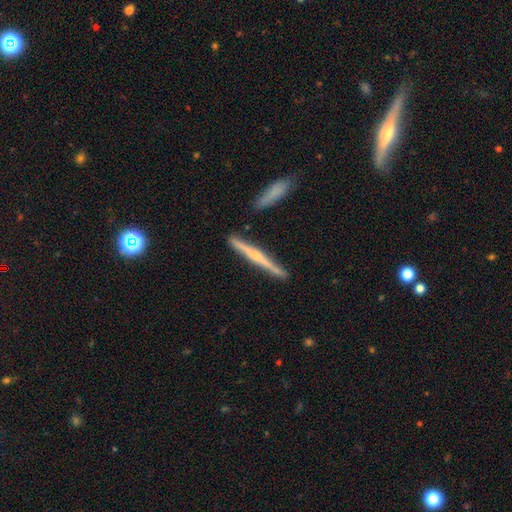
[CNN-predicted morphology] A featured or disk galaxy (63%) viewed edge-on (97%) with a rounded central bulge (49%).

Vote fractions:
- Smooth or featured? featured or disk: 63% / smooth: 32% / star or artifact: 6%
- Edge-on disk? yes: 97% / no: 3%
- Edge-on bulge? rounded: 49% / none: 37% / boxy: 13%
- Merging? none: 85% / minor disturbance: 9% / merger: 4% / major disturbance: 2%